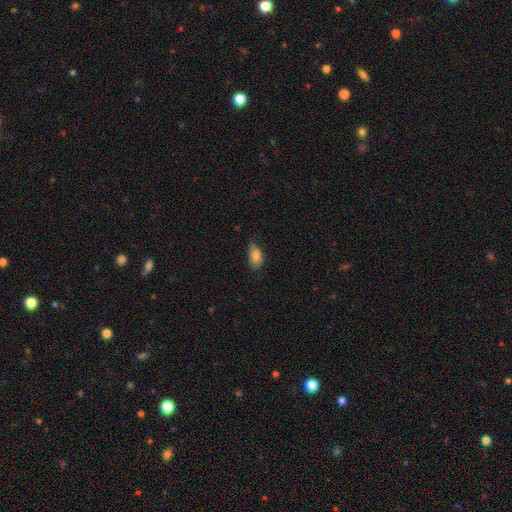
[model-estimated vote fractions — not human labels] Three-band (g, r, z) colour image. It shows a smooth galaxy with no disk features (82%) that is in between round and cigar-shaped (91%). Merging: none (59%).